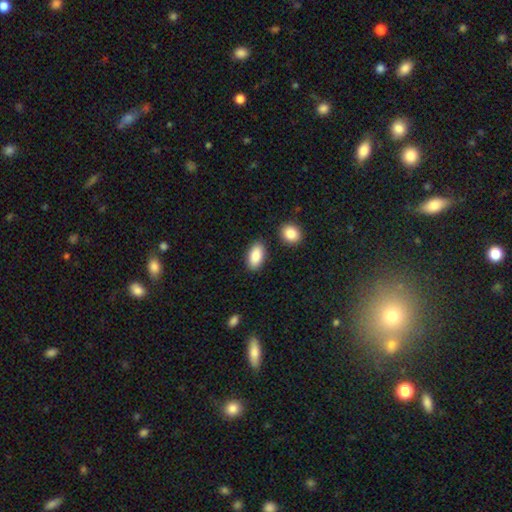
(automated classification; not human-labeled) Smooth or featured: smooth — 88% (star or artifact — 6%)
How rounded: in between — 93% (round — 3%)
Merging: none — 85% (minor disturbance — 8%)